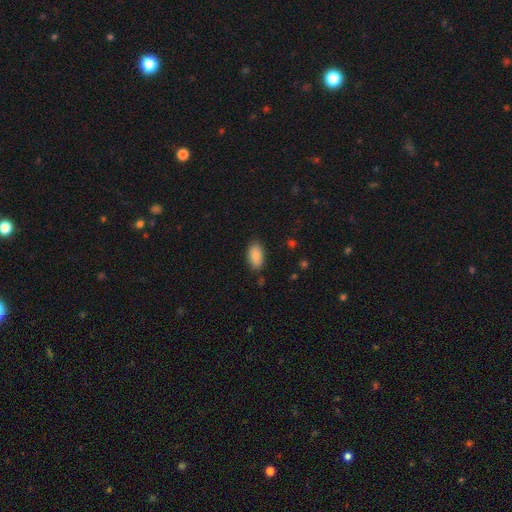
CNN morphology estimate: Overall: smooth (84%). How rounded: in between (93%). Merging: none (83%).